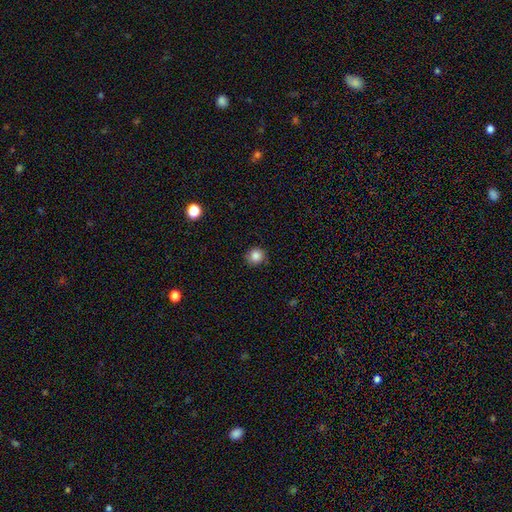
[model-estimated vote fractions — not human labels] A smooth galaxy with no disk features (85%) that is round (89%). Merging: none (87%).